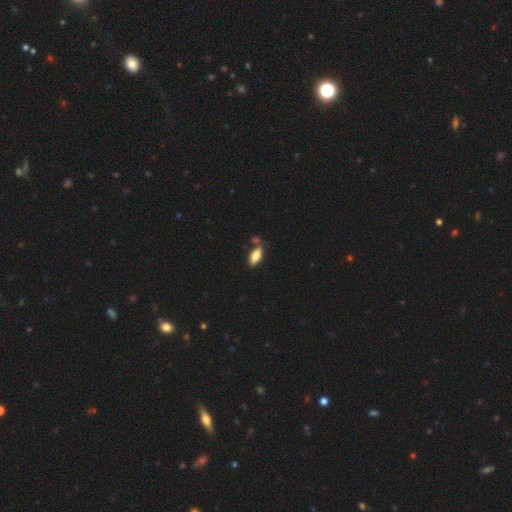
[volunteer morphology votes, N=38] smooth 82%, featured or disk 11%, star or artifact 8%. Down the decision tree: how rounded — in between (61%); merging — none (57%).